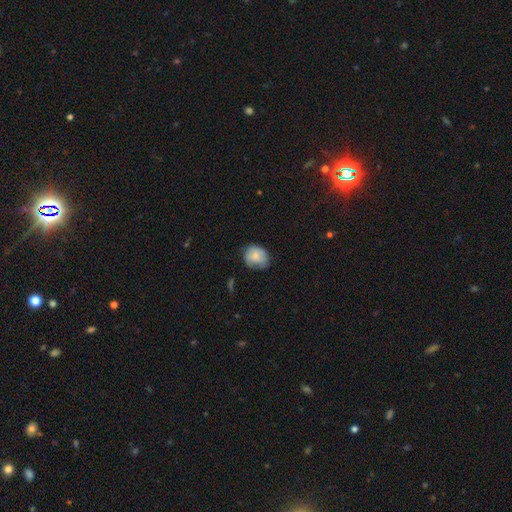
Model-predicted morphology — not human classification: smooth_or_featured: smooth (p=0.78) [alt: featured or disk p=0.14]
how_rounded: round (p=0.69) [alt: in between p=0.30]
merging: none (p=0.58) [alt: minor disturbance p=0.32]